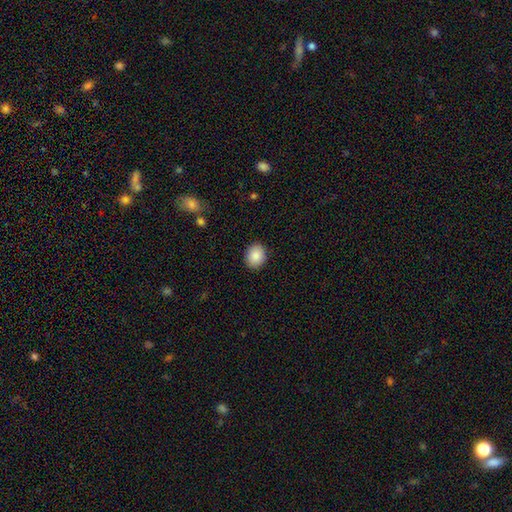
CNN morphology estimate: Smooth or featured?
  - smooth: 87% *
  - star or artifact: 7%
  - featured or disk: 5%
How rounded?
  - round: 53% *
  - in between: 46%
  - cigar-shaped: 1%
Merging?
  - none: 90% *
  - minor disturbance: 8%
  - major disturbance: 2%
  - merger: 1%